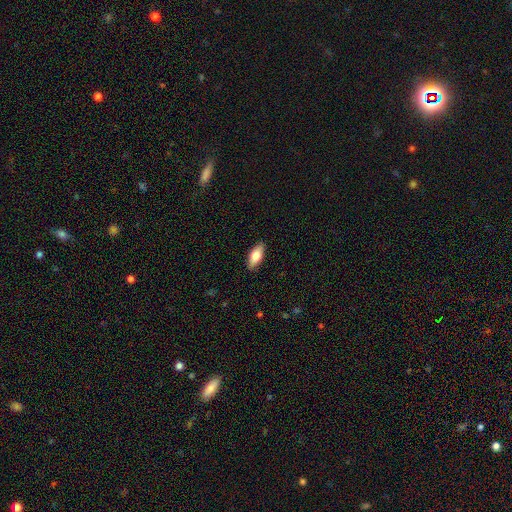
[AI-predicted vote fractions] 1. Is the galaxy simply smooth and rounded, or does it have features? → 72% smooth, 22% featured or disk, 6% star or artifact.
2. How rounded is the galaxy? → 80% in between, 18% cigar-shaped, 3% round.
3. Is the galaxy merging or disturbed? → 88% none, 9% minor disturbance, 2% major disturbance, 1% merger.